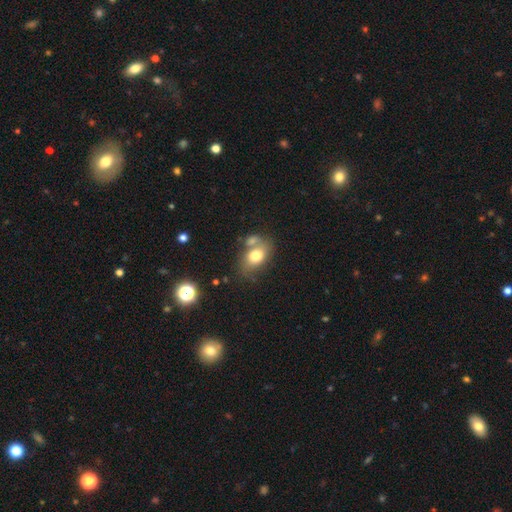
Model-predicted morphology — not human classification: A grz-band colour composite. It shows a smooth galaxy with no disk features (72%) that is in between round and cigar-shaped (74%). Merging: none (42%).